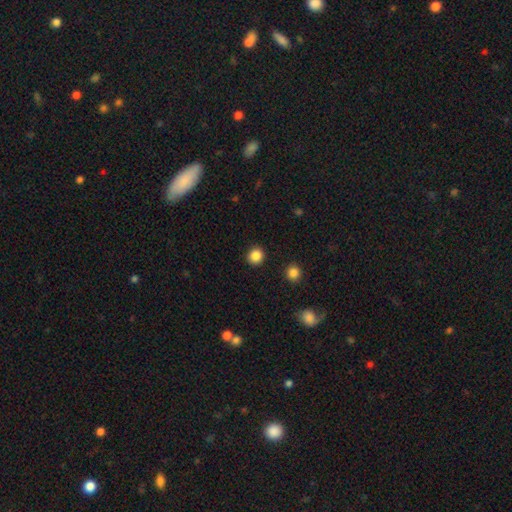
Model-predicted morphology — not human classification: Overall: smooth (86%). How rounded: round (92%). Merging: none (92%).